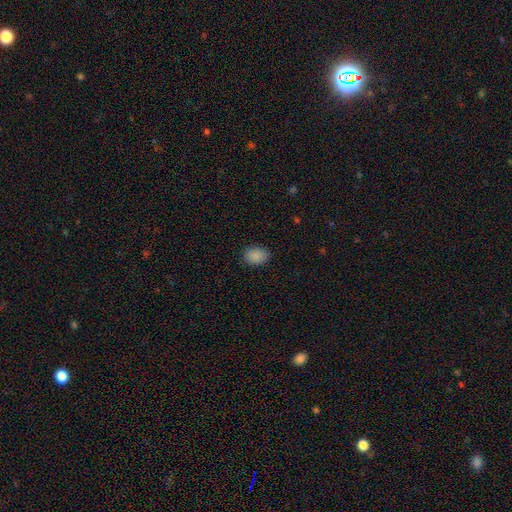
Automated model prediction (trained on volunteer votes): This appears to be a smooth galaxy with no disk features (88%) that is in between round and cigar-shaped (72%). Merging: none (86%).